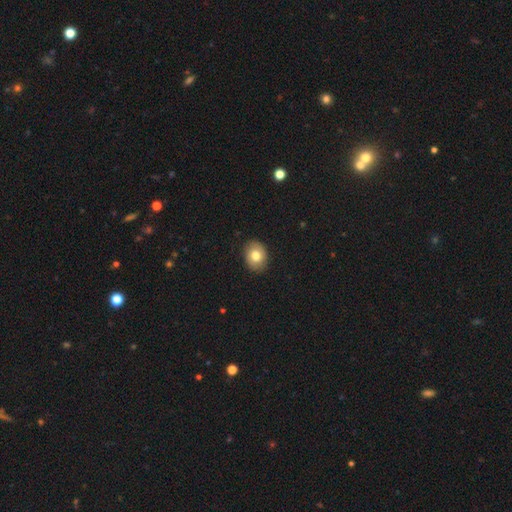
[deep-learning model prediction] Q: Smooth or featured?
A: smooth (75%); runner-up: featured or disk (17%)
Q: How rounded?
A: in between (57%); runner-up: round (42%)
Q: Merging?
A: none (88%); runner-up: minor disturbance (9%)